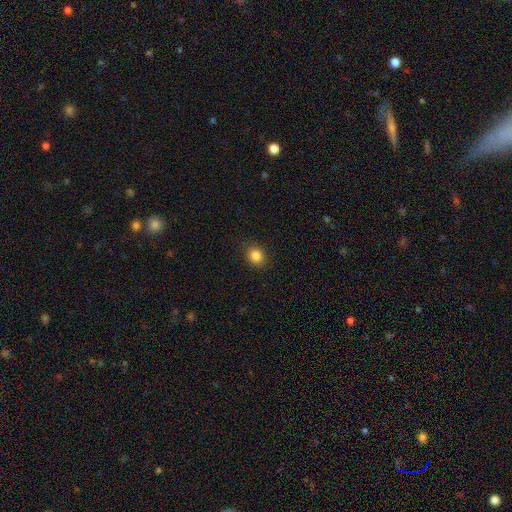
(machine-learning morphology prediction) This appears to be a smooth galaxy with no disk features (85%) that is round (70%). Merging: none (87%).